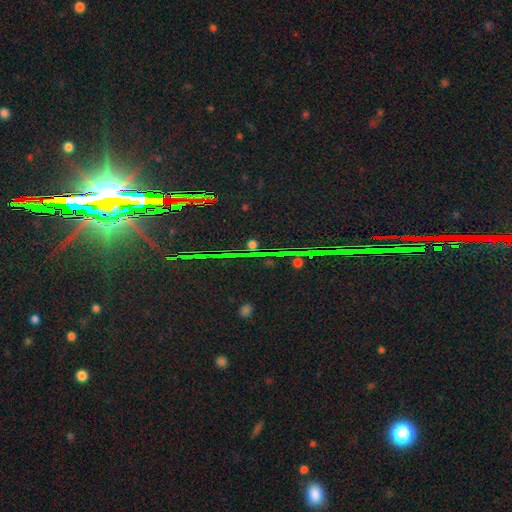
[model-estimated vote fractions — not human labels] Smooth or featured: star or artifact — 85% (featured or disk — 8%)